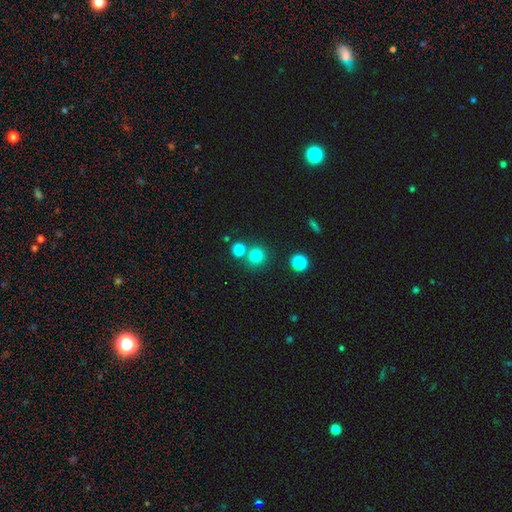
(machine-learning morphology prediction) smooth 77%, star or artifact 16%, featured or disk 6%. Down the decision tree: how rounded — round (92%); merging — none (72%).